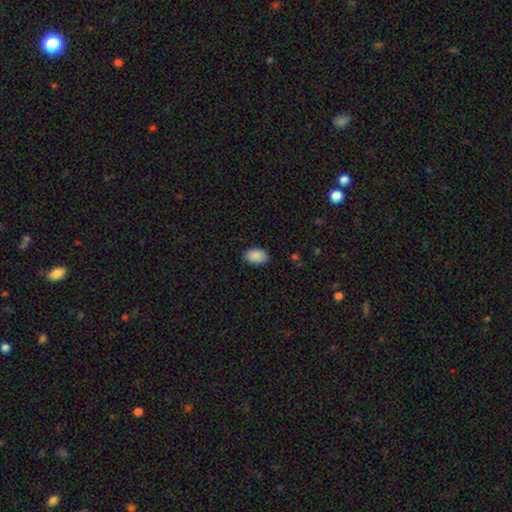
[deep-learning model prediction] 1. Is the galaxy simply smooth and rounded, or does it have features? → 90% smooth, 7% star or artifact, 3% featured or disk.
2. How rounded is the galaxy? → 91% in between, 7% round, 1% cigar-shaped.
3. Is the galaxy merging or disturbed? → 85% none, 12% minor disturbance, 2% major disturbance, 1% merger.